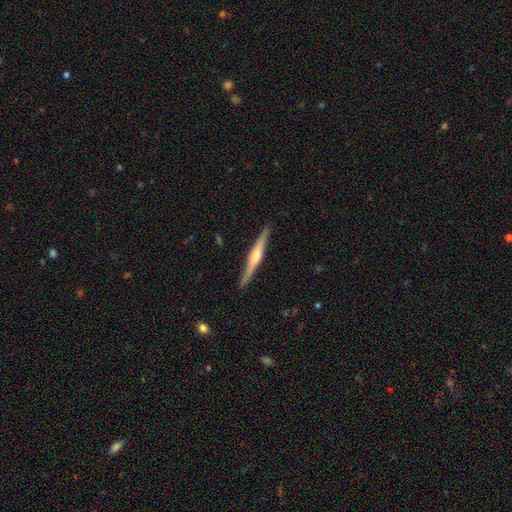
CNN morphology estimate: smooth_or_featured: featured or disk (p=0.71) [alt: smooth p=0.24]
disk_edge_on: yes (p=0.98) [alt: no p=0.02]
edge_on_bulge: rounded (p=0.71) [alt: boxy p=0.18]
merging: none (p=0.89) [alt: minor disturbance p=0.08]